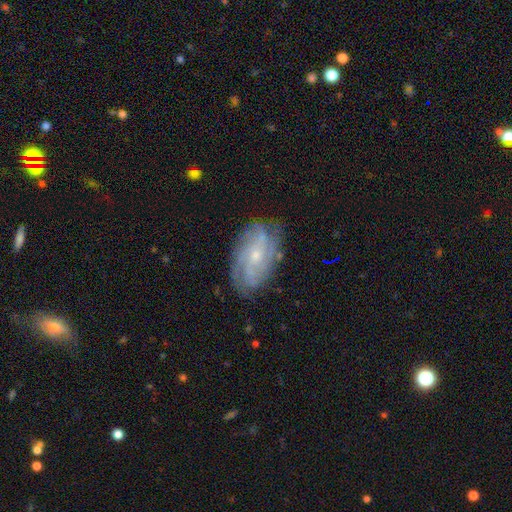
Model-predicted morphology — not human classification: The model was most divided on "spiral winding": tight: 54%, medium: 33%, loose: 13%. Remaining: edge-on disk — no (94%); spiral arms — yes (89%); merging — none (76%); smooth or featured — featured or disk (75%); bar — no (67%); bulge size — small (65%); spiral arm count — can't tell (45%).